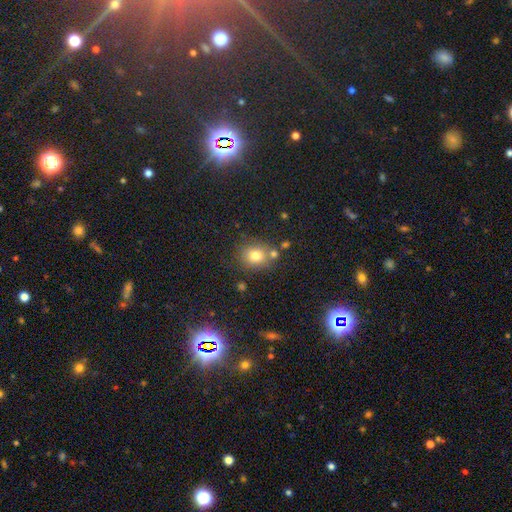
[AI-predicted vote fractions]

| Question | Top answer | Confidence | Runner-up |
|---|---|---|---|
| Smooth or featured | smooth | 77% | star or artifact (14%) |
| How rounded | round | 74% | in between (24%) |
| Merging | none | 72% | merger (12%) |